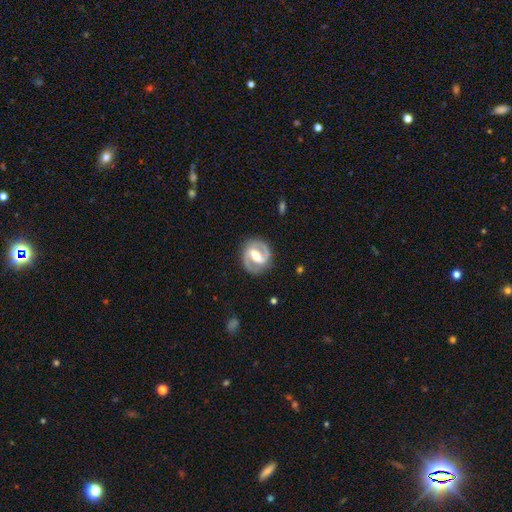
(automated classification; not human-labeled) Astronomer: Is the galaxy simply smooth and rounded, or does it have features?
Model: featured or disk — 89%.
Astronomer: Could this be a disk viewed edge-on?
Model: no — 98%.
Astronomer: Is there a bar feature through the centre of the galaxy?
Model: strong — 53% (runner-up: weak, 35%).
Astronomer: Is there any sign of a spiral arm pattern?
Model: yes — 93%.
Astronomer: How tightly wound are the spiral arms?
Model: medium — 53% (runner-up: tight, 34%).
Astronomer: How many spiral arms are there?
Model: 2 — 93%.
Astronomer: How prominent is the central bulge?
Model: moderate — 69%.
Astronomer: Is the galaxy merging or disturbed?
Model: none — 86%.